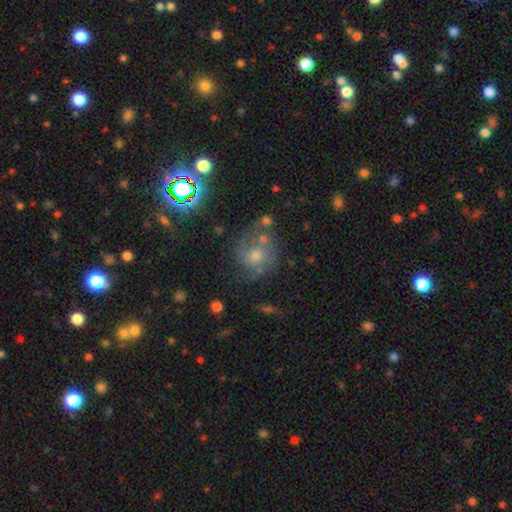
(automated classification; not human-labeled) Overall: featured or disk (59%; smooth 21%). Edge-on disk: no (97%). Bar: no (72%). Spiral arms: yes (85%). Bulge size: moderate (58%; small 23%). Merging: none (56%; minor disturbance 20%).